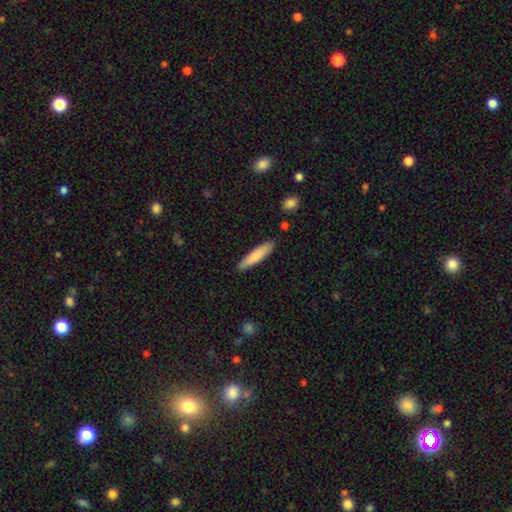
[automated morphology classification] smooth_or_featured: smooth (p=0.79) [alt: featured or disk p=0.16]
how_rounded: cigar-shaped (p=0.82) [alt: in between p=0.17]
merging: none (p=0.87) [alt: minor disturbance p=0.09]